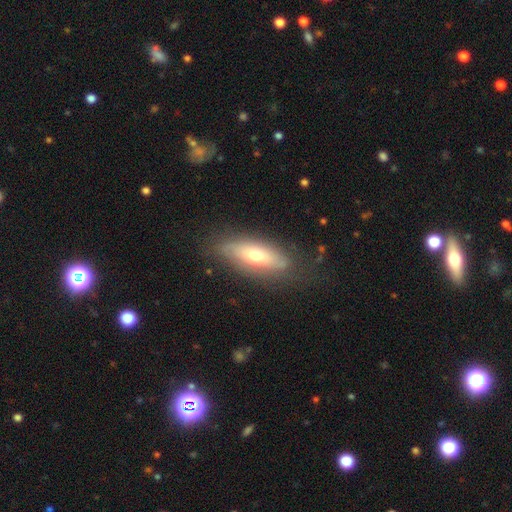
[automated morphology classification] A smooth galaxy with no disk features (50%). Merging: none (72%).